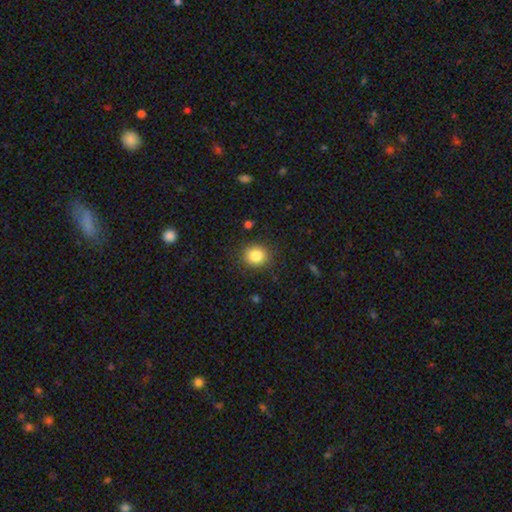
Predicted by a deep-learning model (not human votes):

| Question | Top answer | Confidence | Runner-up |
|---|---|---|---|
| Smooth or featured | smooth | 85% | star or artifact (10%) |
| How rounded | round | 80% | in between (19%) |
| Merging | none | 87% | minor disturbance (9%) |